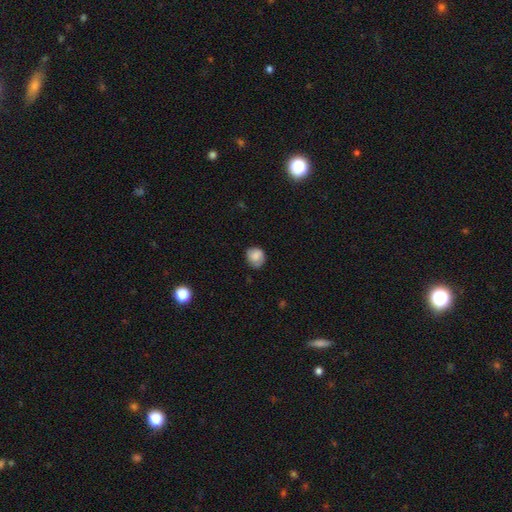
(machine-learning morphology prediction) Smooth or featured: smooth — 79% (featured or disk — 13%)
How rounded: round — 76% (in between — 23%)
Merging: none — 67% (minor disturbance — 25%)